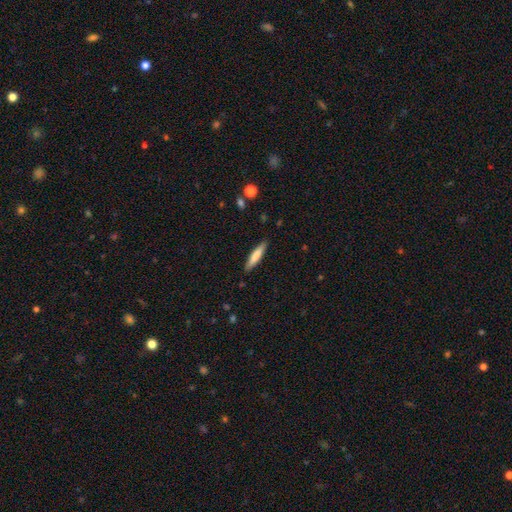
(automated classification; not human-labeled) smooth-or-featured: smooth: 76% | featured or disk: 19% | star or artifact: 6%
  how-rounded: cigar-shaped: 86% | in between: 12% | round: 1%
  merging: none: 88% | minor disturbance: 9% | major disturbance: 2% | merger: 1%